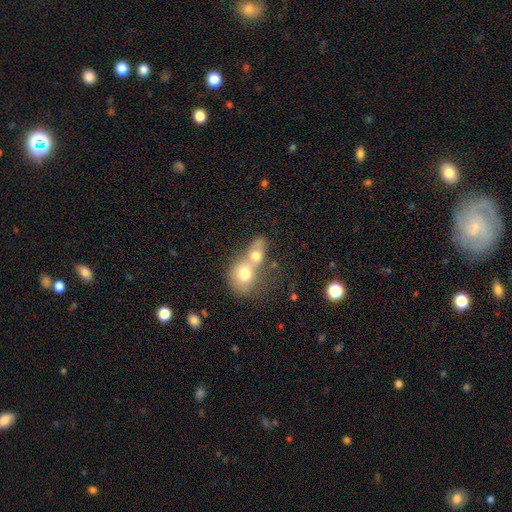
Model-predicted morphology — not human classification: Q: Smooth or featured?
A: smooth (68%); runner-up: featured or disk (22%)
Q: How rounded?
A: round (53%); runner-up: in between (45%)
Q: Merging?
A: merger (76%); runner-up: none (15%)